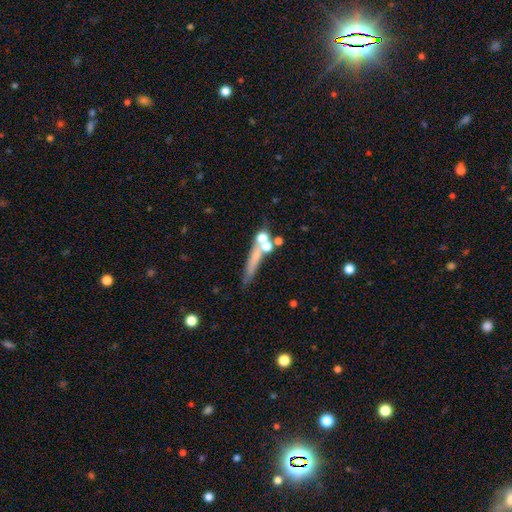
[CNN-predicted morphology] smooth-or-featured: smooth: 52% | featured or disk: 35% | star or artifact: 13%
  how-rounded: cigar-shaped: 80% | in between: 11% | round: 9%
  merging: none: 59% | merger: 19% | minor disturbance: 14% | major disturbance: 8%